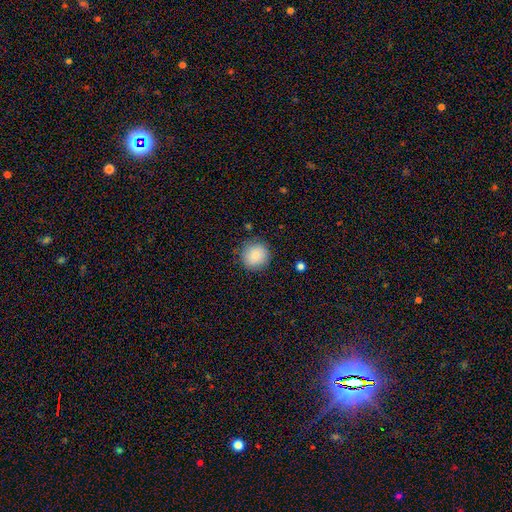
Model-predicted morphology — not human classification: type=smooth (87%); roundness=round (92%); merging=none (86%).